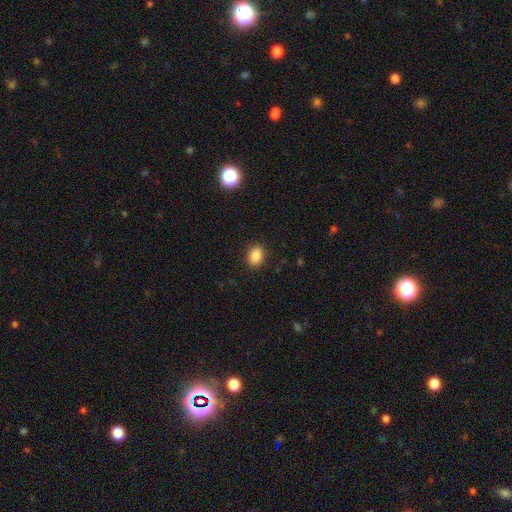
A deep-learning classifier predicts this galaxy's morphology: Q: Smooth or featured?
A: smooth (88%); runner-up: star or artifact (9%)
Q: How rounded?
A: in between (78%); runner-up: round (20%)
Q: Merging?
A: none (88%); runner-up: minor disturbance (9%)